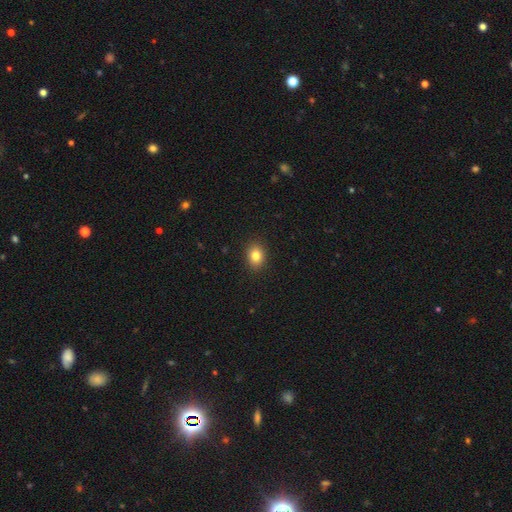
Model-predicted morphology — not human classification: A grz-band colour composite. It shows a smooth galaxy with no disk features (83%) that is in between round and cigar-shaped (57%). Merging: none (90%).